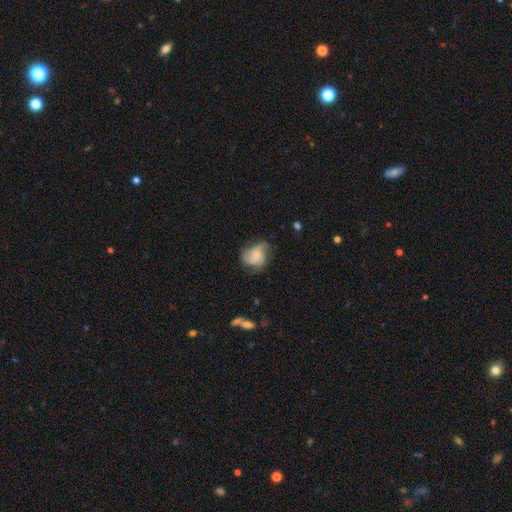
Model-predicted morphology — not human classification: featured or disk 54%, smooth 38%, star or artifact 8%. Down the decision tree: edge-on disk — no (97%); bar — no (71%); spiral arms — yes (88%); bulge size — small (48%); merging — none (54%).